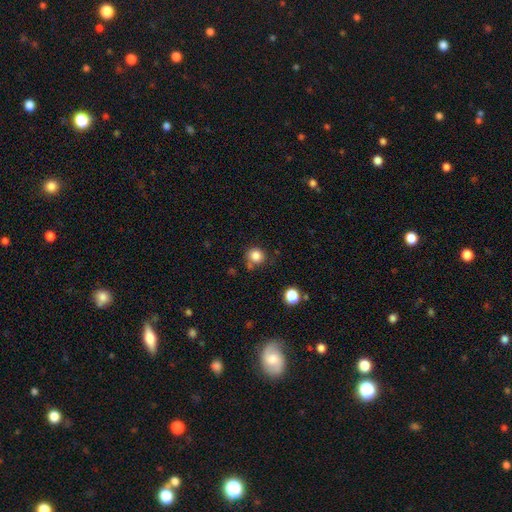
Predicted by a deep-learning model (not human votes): A smooth galaxy with no disk features (83%) that is round (88%).

Vote fractions:
- Smooth or featured? smooth: 83% / star or artifact: 11% / featured or disk: 5%
- How rounded? round: 88% / in between: 11% / cigar-shaped: 1%
- Merging? none: 69% / minor disturbance: 16% / merger: 9% / major disturbance: 6%